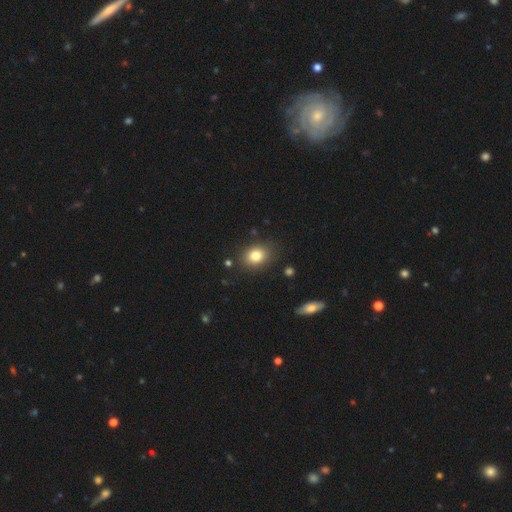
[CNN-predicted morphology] This is clearly a smooth galaxy (81%). How rounded: possibly in between (56%). Merging: clearly none (83%).